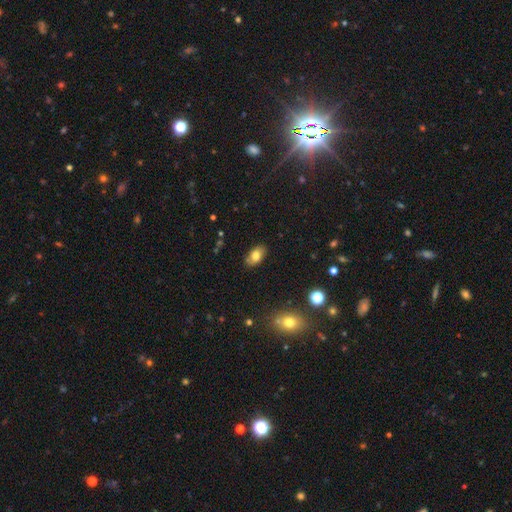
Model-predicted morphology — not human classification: Smooth or featured? smooth (73%)
How rounded? in between (91%)
Merging? none (83%)